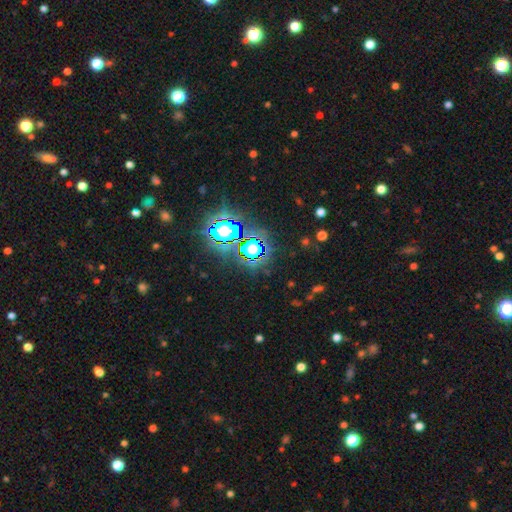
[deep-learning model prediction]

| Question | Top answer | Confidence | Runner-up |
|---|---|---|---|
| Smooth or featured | star or artifact | 73% | smooth (17%) |